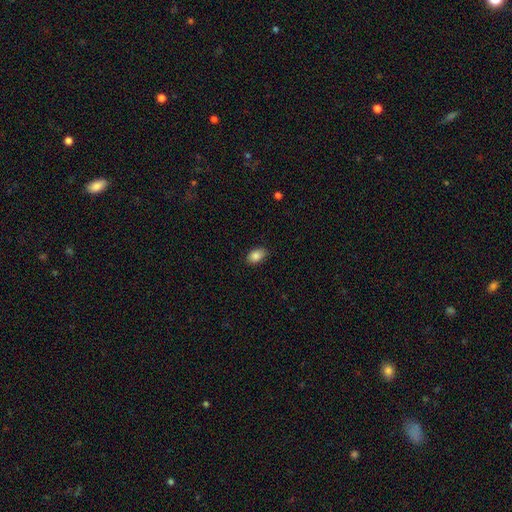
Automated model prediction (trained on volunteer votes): Smooth or featured: smooth — 87% (star or artifact — 8%)
How rounded: in between — 87% (round — 11%)
Merging: none — 85% (minor disturbance — 12%)